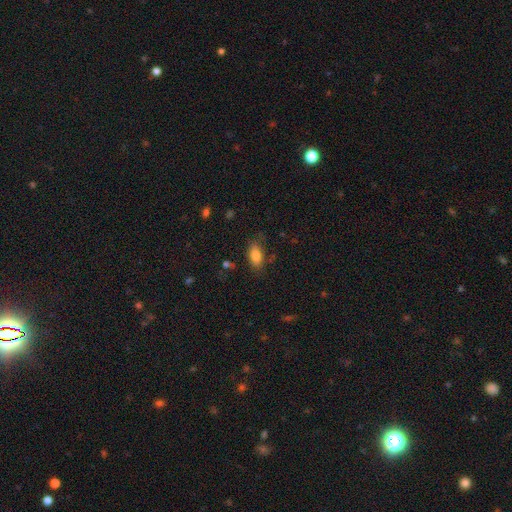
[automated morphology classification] Q: Smooth or featured?
A: smooth (82%); runner-up: star or artifact (9%)
Q: How rounded?
A: in between (88%); runner-up: cigar-shaped (7%)
Q: Merging?
A: none (75%); runner-up: minor disturbance (18%)